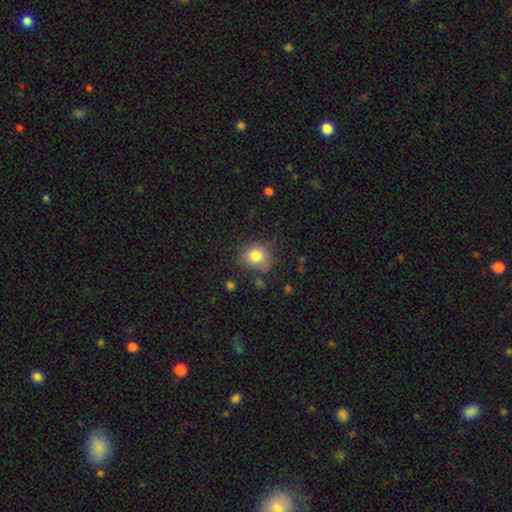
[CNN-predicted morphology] The model was most divided on "merging": none: 74%, minor disturbance: 17%, major disturbance: 5%, merger: 3%. More confident: smooth or featured — smooth (81%); how rounded — round (78%).